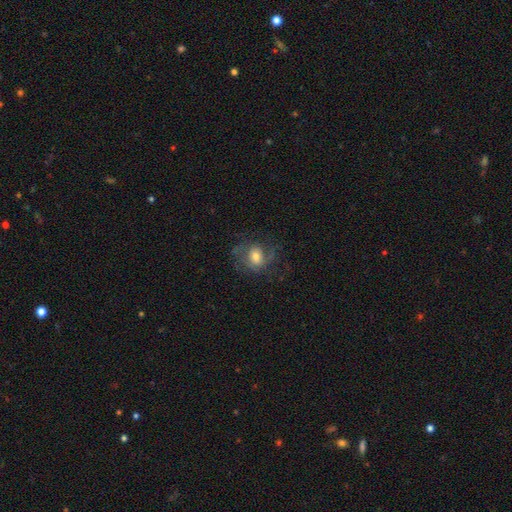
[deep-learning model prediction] Smooth or featured: featured or disk — 46% (smooth — 44%)
Merging: none — 56% (major disturbance — 22%)